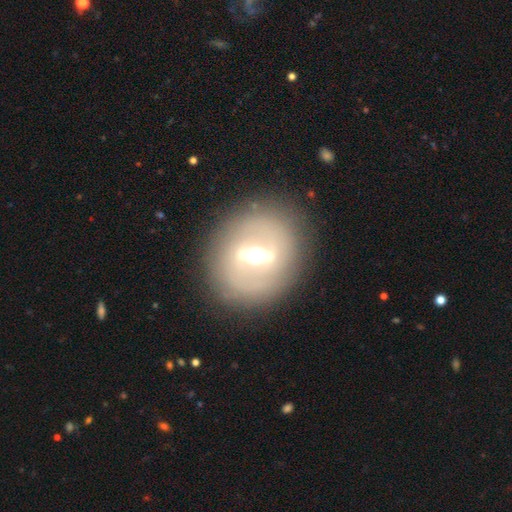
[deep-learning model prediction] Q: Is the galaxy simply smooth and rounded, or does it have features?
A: featured or disk — 72%.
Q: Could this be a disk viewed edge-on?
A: no — 74%.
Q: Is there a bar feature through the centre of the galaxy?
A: strong — 69%.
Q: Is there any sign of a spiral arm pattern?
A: no — 75%.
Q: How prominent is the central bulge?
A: moderate — 63%.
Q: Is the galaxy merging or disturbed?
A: none — 82%.